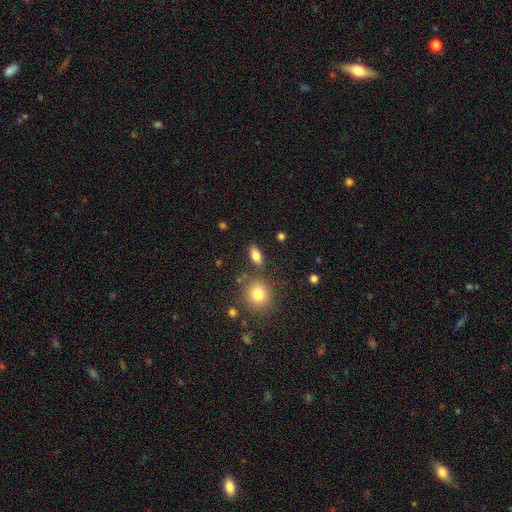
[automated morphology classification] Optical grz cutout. It shows a smooth galaxy with no disk features (81%) that is in between round and cigar-shaped (83%). Merging: none (82%).